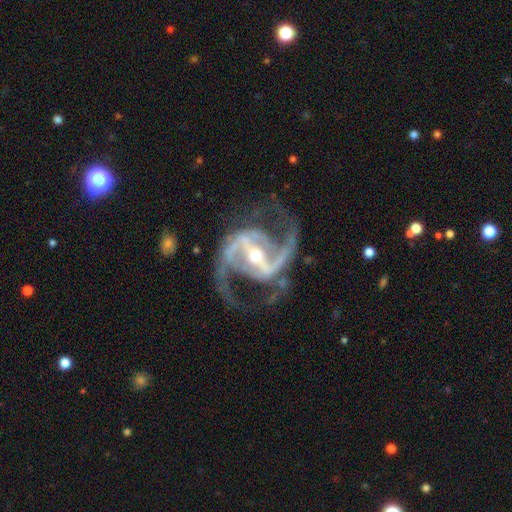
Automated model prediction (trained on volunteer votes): The model was most divided on "bulge size": small: 50%, moderate: 45%, large: 2%, none: 1%, dominant: 1%. More confident: spiral arms — yes (98%); edge-on disk — no (97%); smooth or featured — featured or disk (93%); spiral arm count — 2 (92%); bar — strong (74%); merging — none (74%); spiral winding — medium (59%).